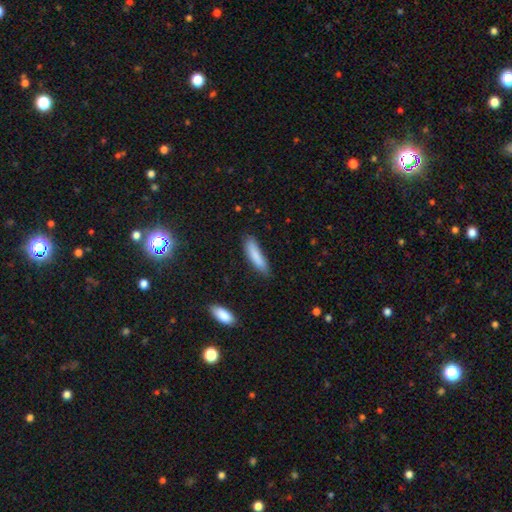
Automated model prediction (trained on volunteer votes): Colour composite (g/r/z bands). It shows a smooth galaxy with no disk features (84%) that is cigar-shaped (69%). Merging: none (71%).